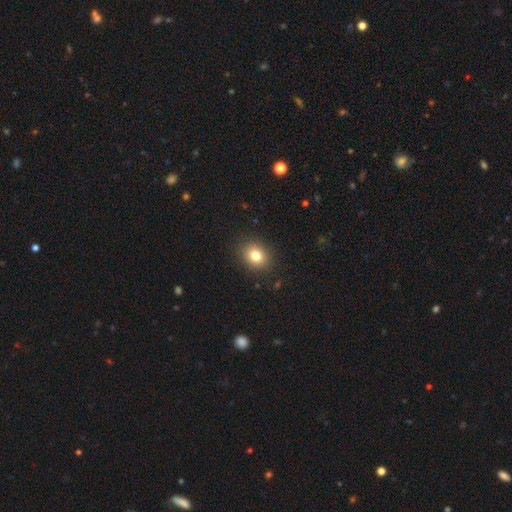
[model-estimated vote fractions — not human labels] This appears to be a smooth galaxy with no disk features (81%) that is round (61%). Merging: none (89%).